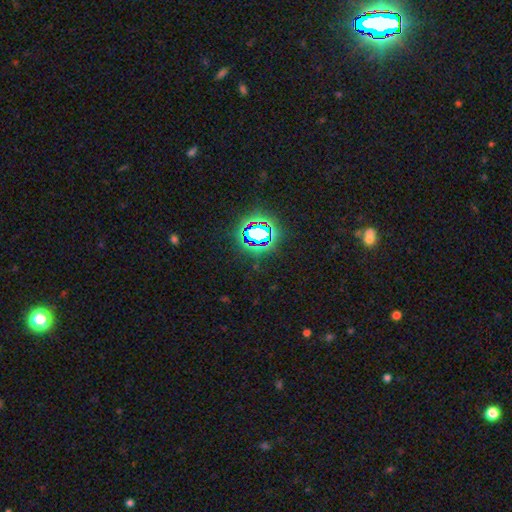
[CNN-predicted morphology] smooth_or_featured: star or artifact (p=0.79) [alt: smooth p=0.13]